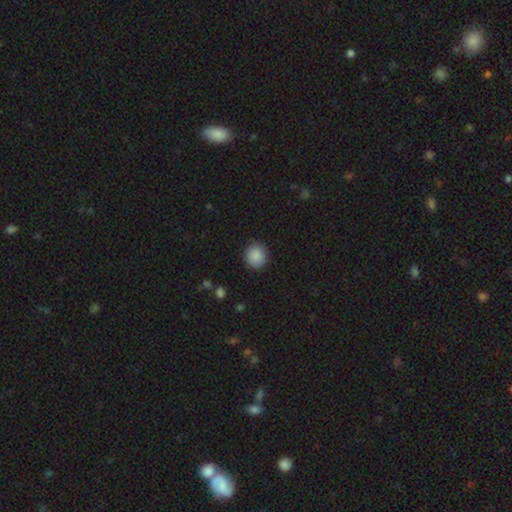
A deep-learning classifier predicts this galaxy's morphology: smooth_or_featured: smooth (p=0.89) [alt: star or artifact p=0.08]
how_rounded: round (p=0.86) [alt: in between p=0.13]
merging: none (p=0.89) [alt: minor disturbance p=0.08]